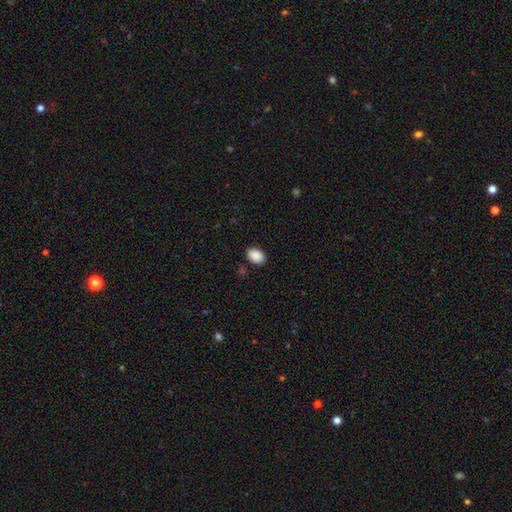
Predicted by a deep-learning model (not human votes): A smooth galaxy with no disk features (90%) that is in between round and cigar-shaped (82%). Merging: none (87%).